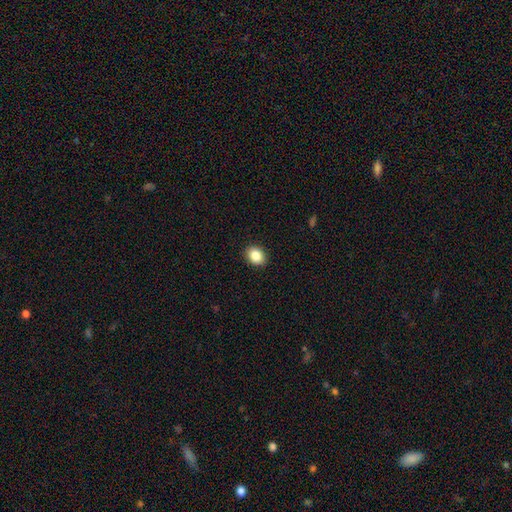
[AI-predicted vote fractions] A smooth galaxy with no disk features (86%) that is in between round and cigar-shaped (51%). Merging: none (91%).